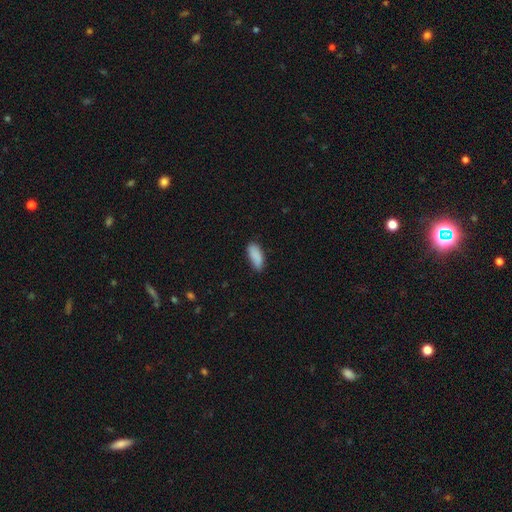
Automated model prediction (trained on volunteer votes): Smooth or featured? Predicted: smooth (p=0.89). How rounded? Predicted: in between (p=0.82). Merging? Predicted: none (p=0.76).